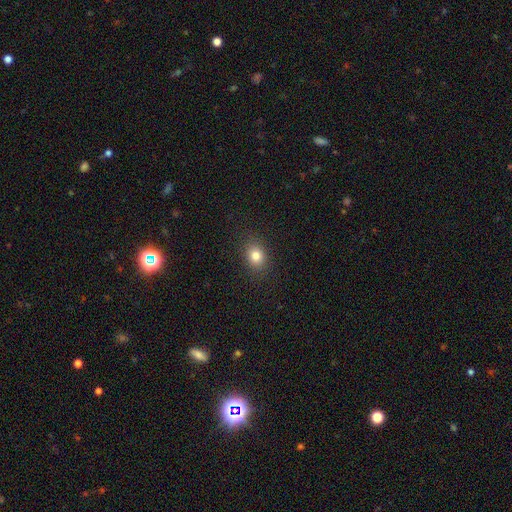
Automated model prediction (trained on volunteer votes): smooth_or_featured: smooth (p=0.81) [alt: star or artifact p=0.12]
how_rounded: round (p=0.55) [alt: in between p=0.44]
merging: none (p=0.88) [alt: minor disturbance p=0.08]